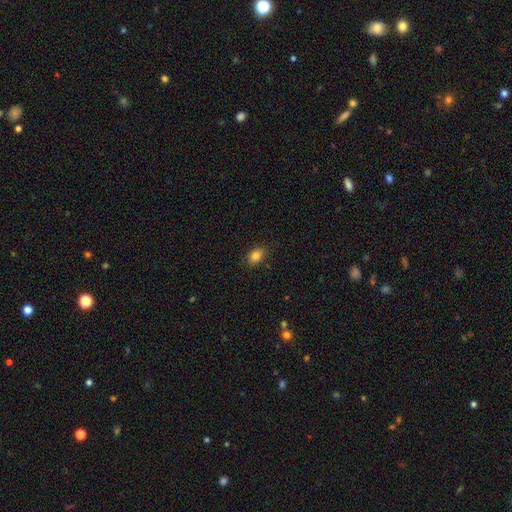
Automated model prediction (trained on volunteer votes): A smooth galaxy with no disk features (83%) that is in between round and cigar-shaped (73%).

Vote fractions:
- Smooth or featured? smooth: 83% / star or artifact: 10% / featured or disk: 6%
- How rounded? in between: 73% / round: 25% / cigar-shaped: 1%
- Merging? none: 83% / minor disturbance: 13% / major disturbance: 3% / merger: 1%